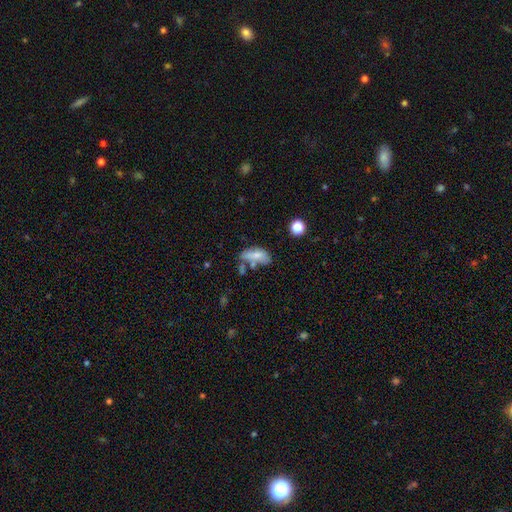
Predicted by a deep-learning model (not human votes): This is likely a smooth galaxy (69%). How rounded: likely in between (78%). Merging: marginally none (38%).